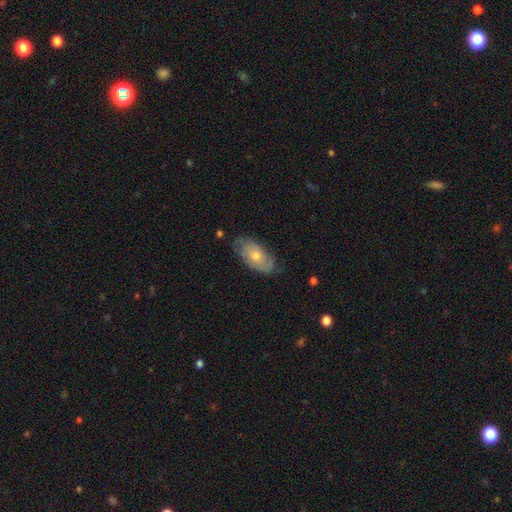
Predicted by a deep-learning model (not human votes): This appears to be a featured or disk galaxy (51%). Merging: none (73%).